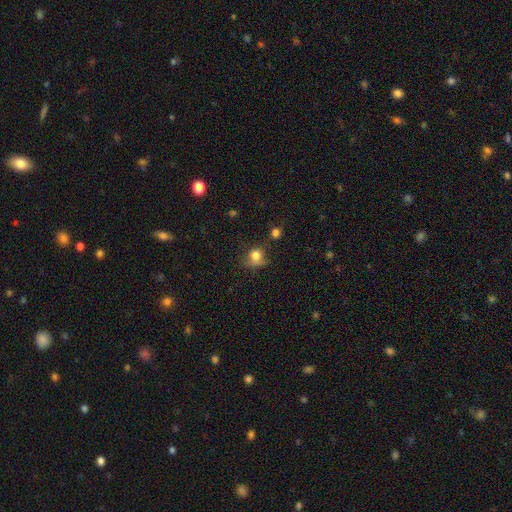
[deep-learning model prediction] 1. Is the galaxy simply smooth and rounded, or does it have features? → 74% smooth, 14% star or artifact, 12% featured or disk.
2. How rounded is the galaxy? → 75% round, 24% in between, 1% cigar-shaped.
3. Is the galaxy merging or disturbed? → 51% none, 27% minor disturbance, 14% major disturbance, 7% merger.